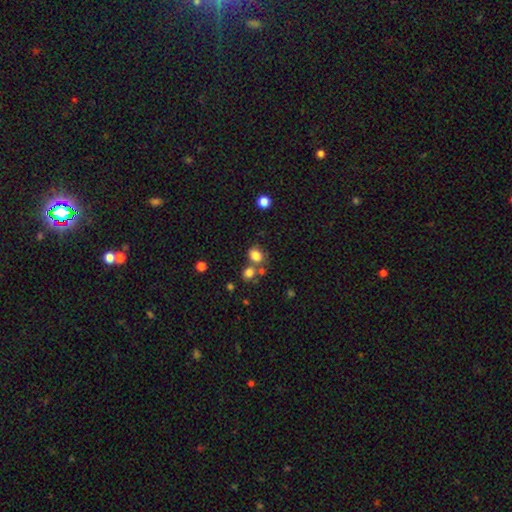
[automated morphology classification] The model was most divided on "how rounded": in between: 51%, round: 48%, cigar-shaped: 1%. More confident: smooth or featured — smooth (81%); merging — none (56%).